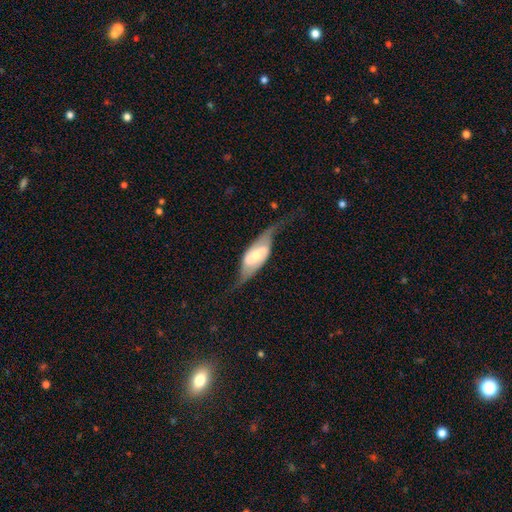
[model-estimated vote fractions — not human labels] Morphology: type=featured or disk (75%); edge-on=no (82%); bar=no (47%); spiral arms=yes (85%); winding=loose (62%); arm count=2 (88%); bulge=moderate (53%); merging=none (51%).